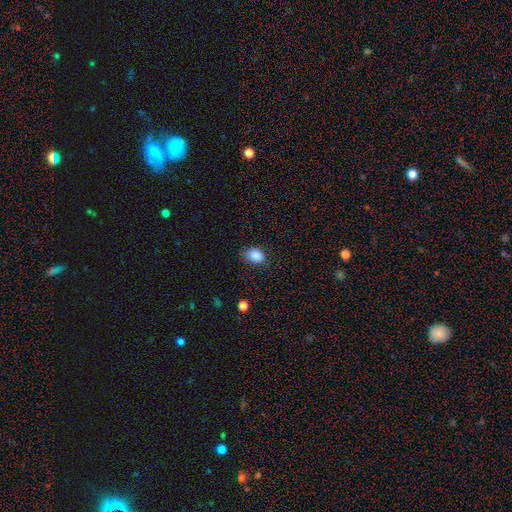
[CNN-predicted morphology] A smooth galaxy with no disk features (86%) that is in between round and cigar-shaped (67%). Merging: none (69%).